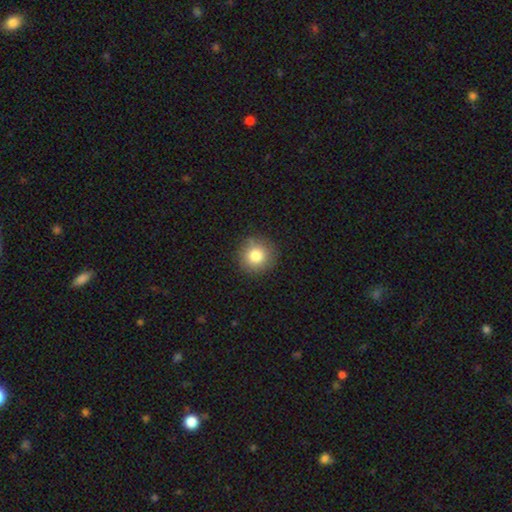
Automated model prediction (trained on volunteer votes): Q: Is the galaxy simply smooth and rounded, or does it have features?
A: smooth — 81%.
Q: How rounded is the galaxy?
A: round — 94%.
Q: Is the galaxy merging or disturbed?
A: none — 88%.